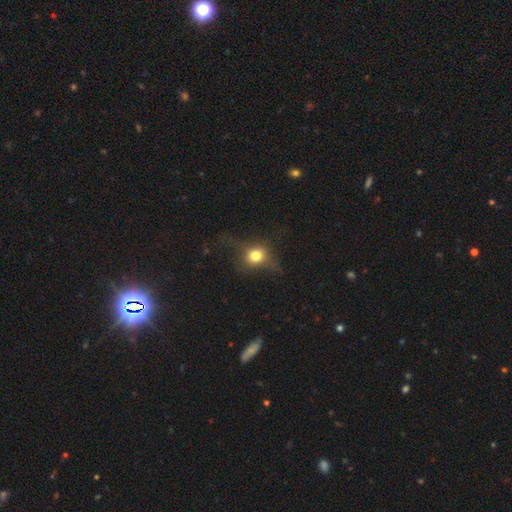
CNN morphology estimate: Smooth or featured?
  - smooth: 66% *
  - featured or disk: 19%
  - star or artifact: 14%
How rounded?
  - round: 70% *
  - in between: 27%
  - cigar-shaped: 2%
Merging?
  - none: 52% *
  - major disturbance: 23%
  - minor disturbance: 22%
  - merger: 2%